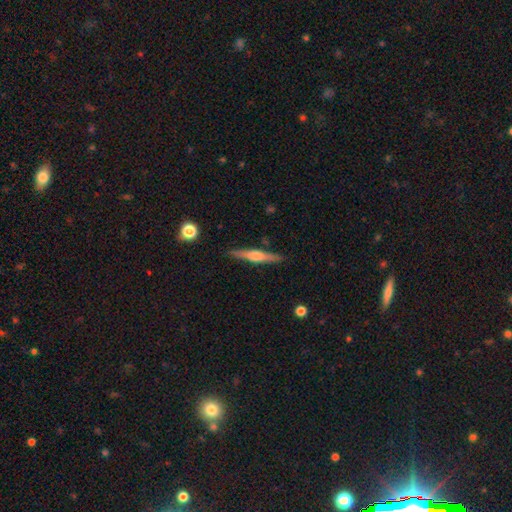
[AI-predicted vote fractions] Smooth or featured? featured or disk (66%)
Edge-on disk? yes (97%)
Edge-on bulge? rounded (85%)
Merging? none (90%)